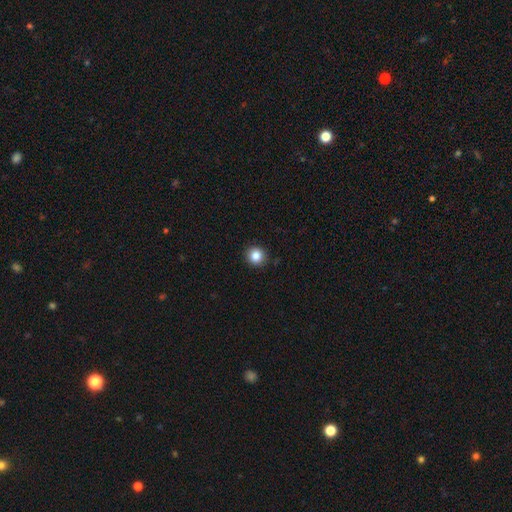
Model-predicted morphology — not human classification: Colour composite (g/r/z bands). It shows a smooth galaxy with no disk features (85%) that is round (92%). Merging: none (91%).